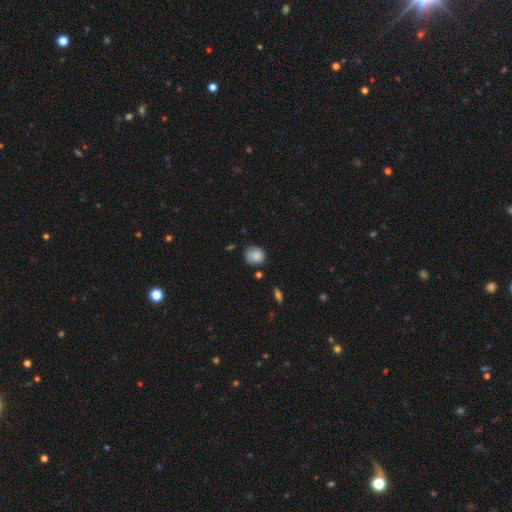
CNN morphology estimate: Smooth or featured? Predicted: smooth (p=0.83). How rounded? Predicted: round (p=0.72). Merging? Predicted: none (p=0.61).